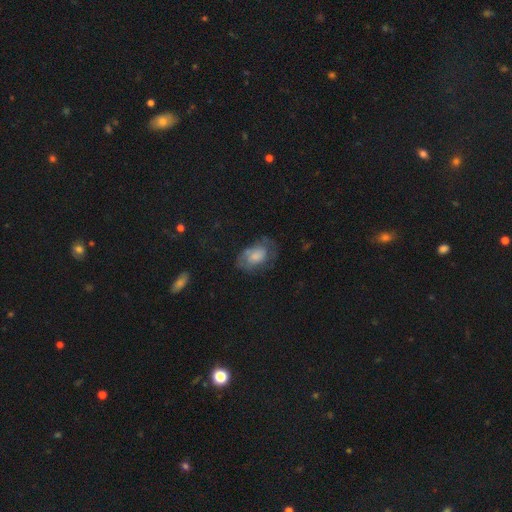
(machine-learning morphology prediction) The model was most divided on "smooth or featured": smooth: 56%, featured or disk: 35%, star or artifact: 9%. Remaining: how rounded — in between (87%); merging — none (49%).